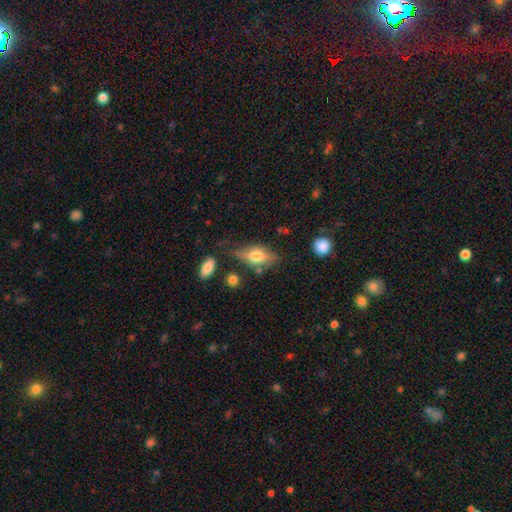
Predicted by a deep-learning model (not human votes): Overall: smooth (52%; featured or disk 39%). How rounded: in between (77%). Merging: none (62%; minor disturbance 23%).